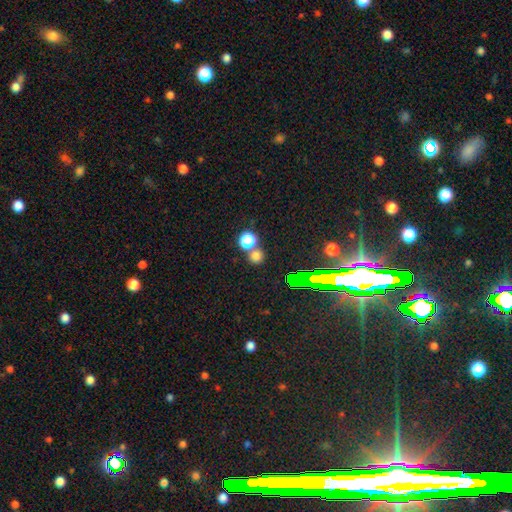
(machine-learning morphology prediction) Smooth or featured? smooth (72%)
How rounded? round (88%)
Merging? none (65%)